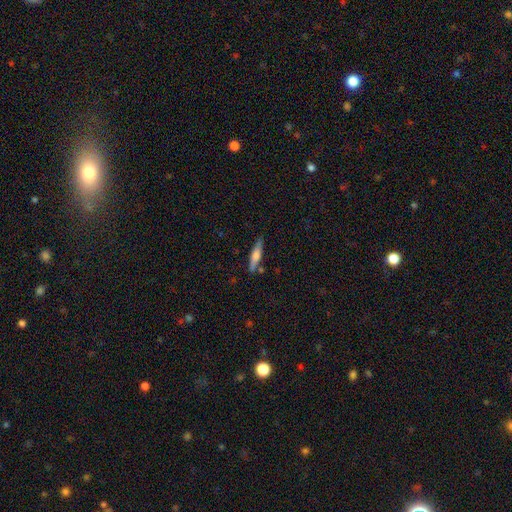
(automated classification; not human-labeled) Smooth or featured?
  - smooth: 53% *
  - featured or disk: 41%
  - star or artifact: 6%
How rounded?
  - cigar-shaped: 84% *
  - in between: 15%
  - round: 2%
Merging?
  - none: 81% *
  - minor disturbance: 12%
  - merger: 4%
  - major disturbance: 2%